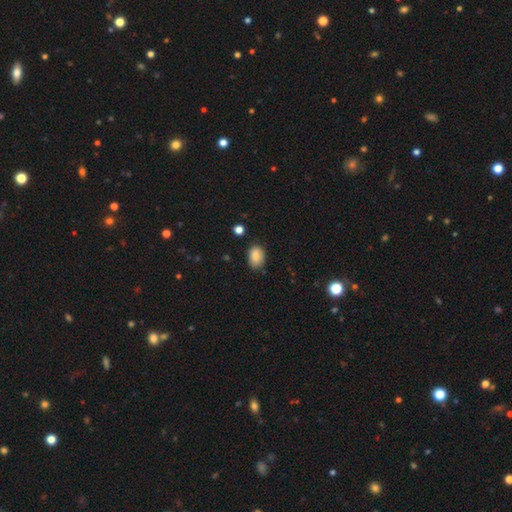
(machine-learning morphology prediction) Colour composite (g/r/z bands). It shows a smooth galaxy with no disk features (85%) that is in between round and cigar-shaped (78%). Merging: none (77%).